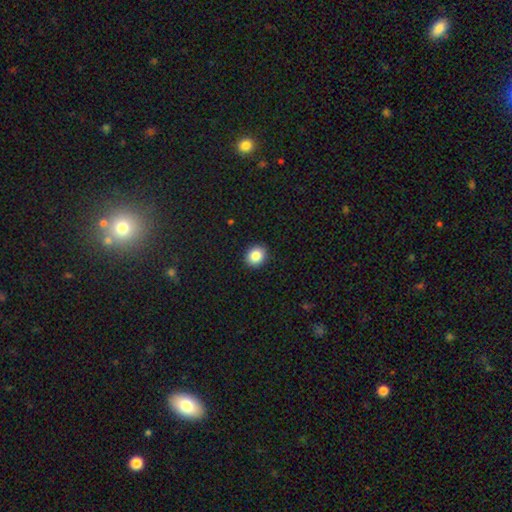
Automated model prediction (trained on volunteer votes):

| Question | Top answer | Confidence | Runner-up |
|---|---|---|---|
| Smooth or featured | smooth | 85% | star or artifact (9%) |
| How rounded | round | 64% | in between (35%) |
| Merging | none | 91% | minor disturbance (6%) |